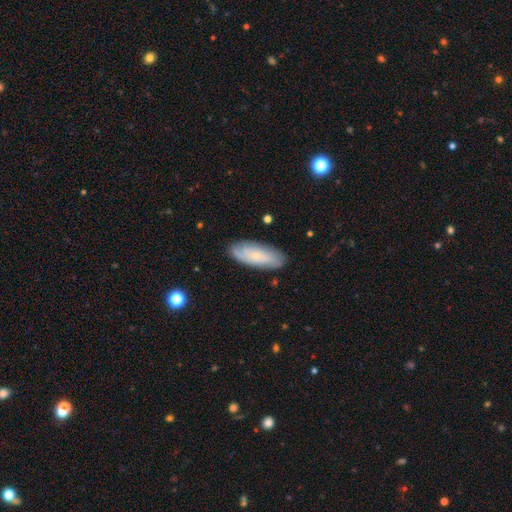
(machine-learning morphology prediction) The model was most divided on "smooth or featured": smooth: 53%, featured or disk: 39%, star or artifact: 7%. More confident: merging — none (82%); how rounded — in between (74%).